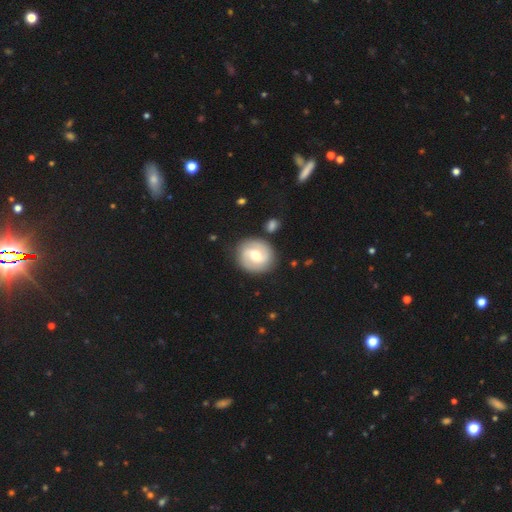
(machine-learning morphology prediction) This appears to be a featured or disk galaxy (68%) with a weak bar (53%), 2 (86%) medium (43%) spiral arms (83%) and a moderate central bulge (74%). Merging: none (85%).